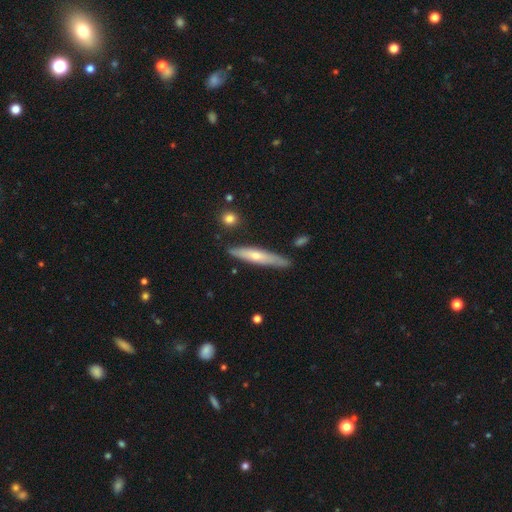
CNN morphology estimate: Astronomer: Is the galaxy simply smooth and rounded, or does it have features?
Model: featured or disk — 49% (runner-up: smooth, 45%).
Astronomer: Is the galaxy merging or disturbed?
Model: none — 83%.